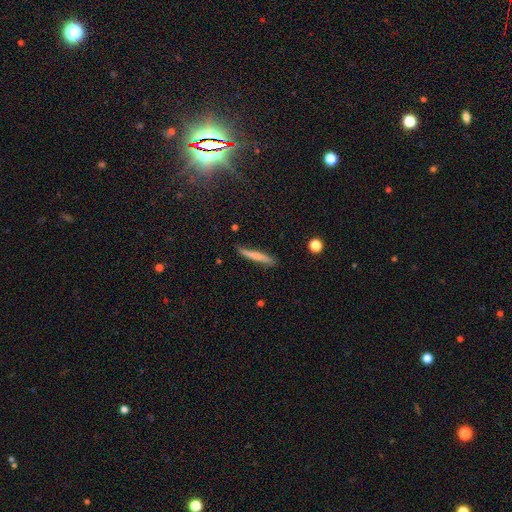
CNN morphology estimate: smooth-or-featured: smooth: 68% | featured or disk: 26% | star or artifact: 7%
  how-rounded: cigar-shaped: 94% | in between: 4% | round: 1%
  merging: none: 80% | minor disturbance: 15% | major disturbance: 3% | merger: 2%